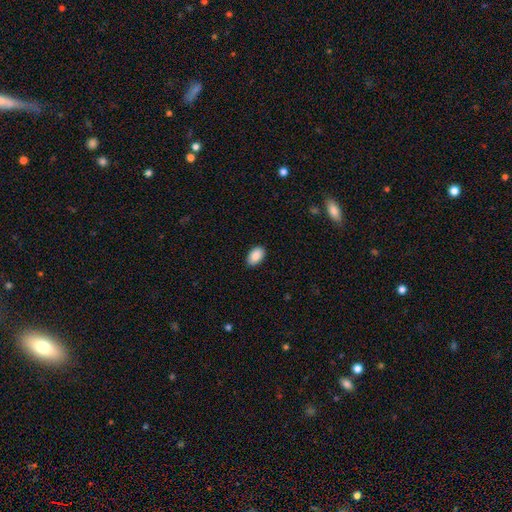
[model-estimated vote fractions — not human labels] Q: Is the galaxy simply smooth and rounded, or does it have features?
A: smooth — 89%.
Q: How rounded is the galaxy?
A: in between — 93%.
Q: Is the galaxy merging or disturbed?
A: none — 87%.